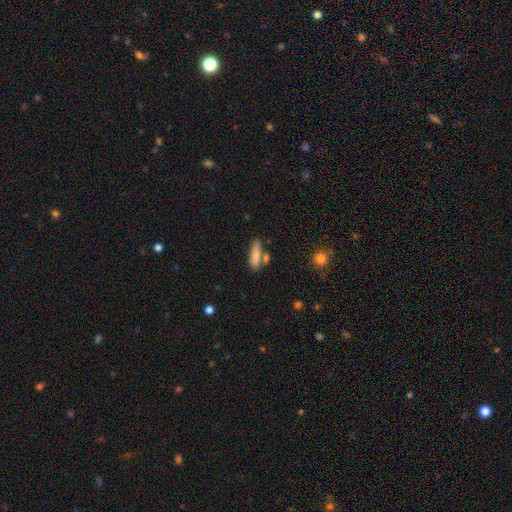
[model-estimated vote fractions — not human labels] Smooth or featured? smooth (82%)
How rounded? in between (52%)
Merging? none (65%)